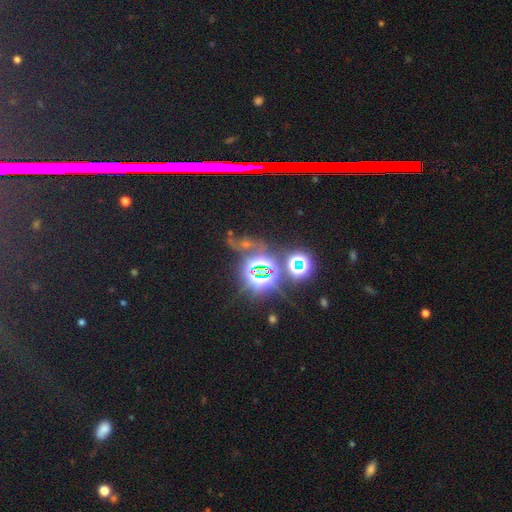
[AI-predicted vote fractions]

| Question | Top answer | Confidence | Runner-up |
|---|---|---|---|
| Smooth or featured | star or artifact | 71% | smooth (19%) |